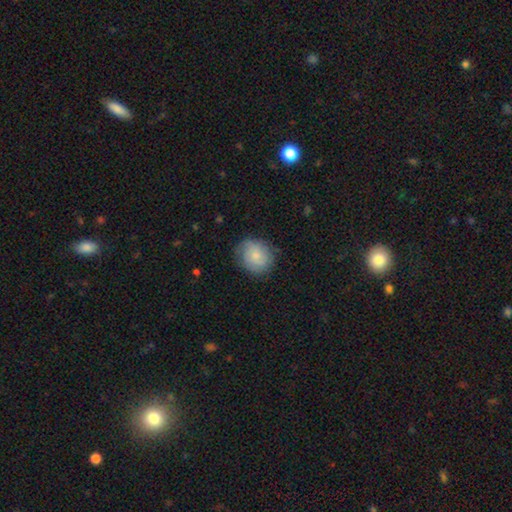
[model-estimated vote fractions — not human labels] This is likely a smooth galaxy (72%). How rounded: likely round (77%). Merging: likely none (74%).